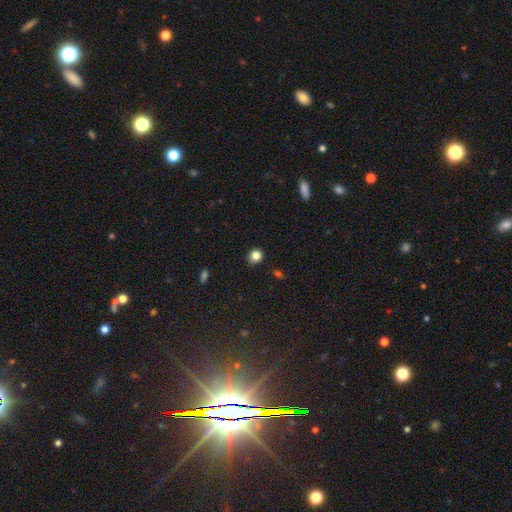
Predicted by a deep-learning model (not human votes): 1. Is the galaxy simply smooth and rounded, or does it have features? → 84% smooth, 12% star or artifact, 4% featured or disk.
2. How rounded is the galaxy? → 86% round, 13% in between, 1% cigar-shaped.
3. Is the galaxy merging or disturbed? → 84% none, 12% minor disturbance, 2% major disturbance, 2% merger.